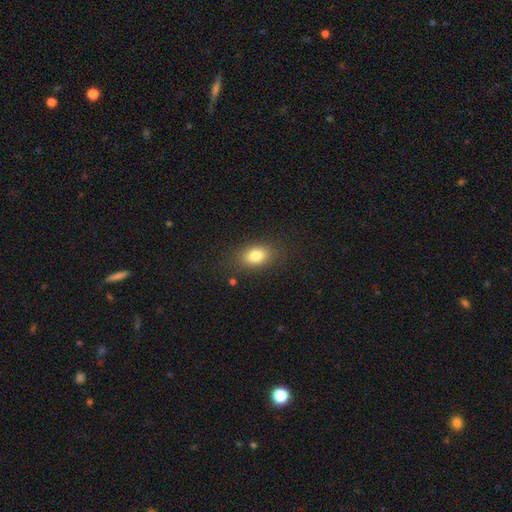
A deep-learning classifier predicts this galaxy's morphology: This appears to be a smooth galaxy with no disk features (81%) that is in between round and cigar-shaped (80%). Merging: none (83%).